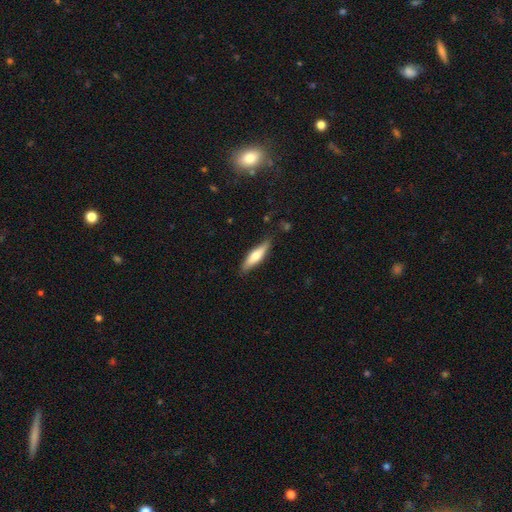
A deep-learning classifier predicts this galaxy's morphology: The model was most divided on "smooth or featured": smooth: 60%, featured or disk: 34%, star or artifact: 6%. More confident: merging — none (83%); how rounded — cigar-shaped (69%).